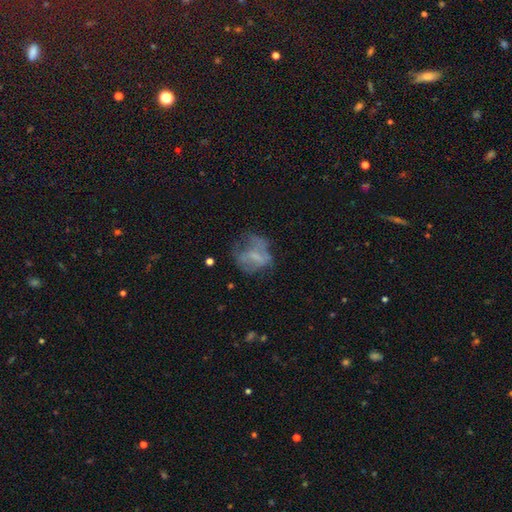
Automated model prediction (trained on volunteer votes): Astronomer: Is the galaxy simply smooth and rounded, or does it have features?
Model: featured or disk — 48% (runner-up: smooth, 39%).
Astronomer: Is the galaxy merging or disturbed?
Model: none — 37% (runner-up: major disturbance, 35%).